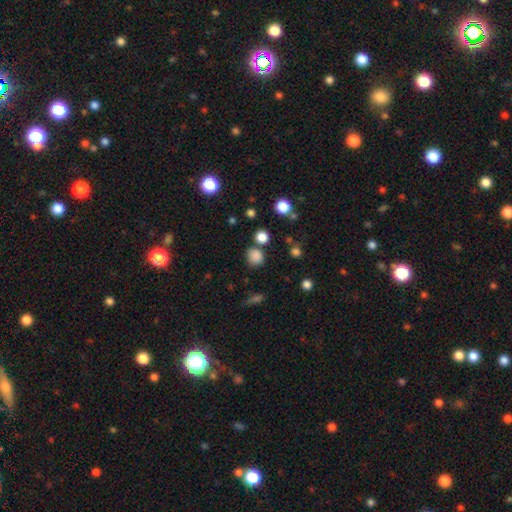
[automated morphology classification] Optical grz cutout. It shows a smooth galaxy with no disk features (81%) that is round (85%). Merging: none (77%).